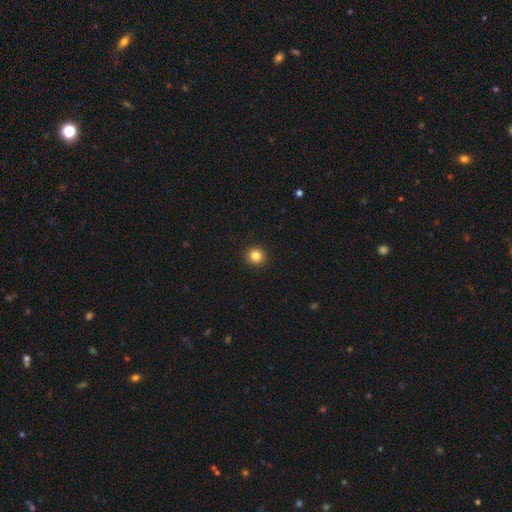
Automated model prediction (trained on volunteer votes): Smooth or featured? Predicted: smooth (p=0.84). How rounded? Predicted: round (p=0.92). Merging? Predicted: none (p=0.93).